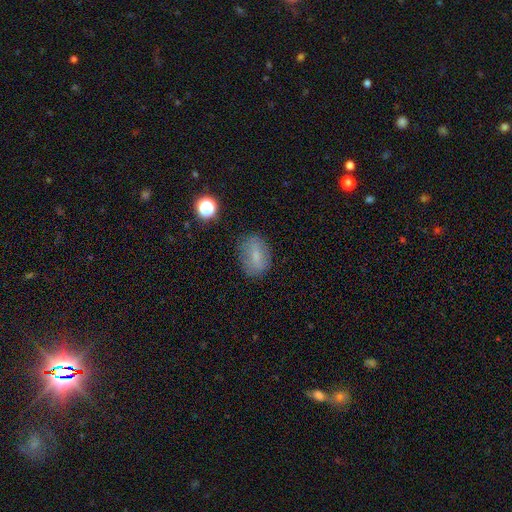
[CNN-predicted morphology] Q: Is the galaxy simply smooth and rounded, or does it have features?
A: smooth — 68%.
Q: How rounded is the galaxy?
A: in between — 75%.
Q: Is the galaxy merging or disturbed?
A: none — 76%.